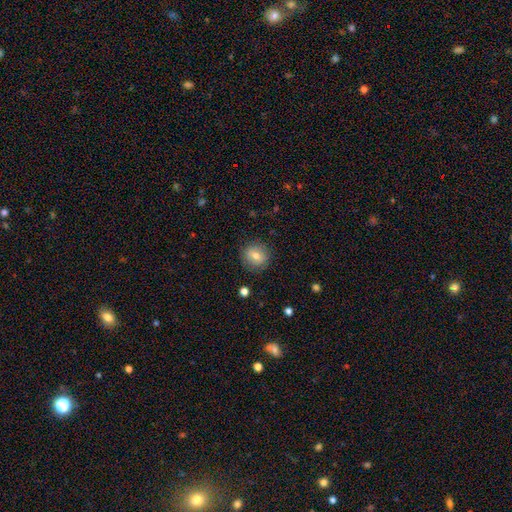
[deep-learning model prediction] The model was most divided on "smooth or featured": smooth: 74%, featured or disk: 17%, star or artifact: 9%. More confident: merging — none (86%); how rounded — round (85%).